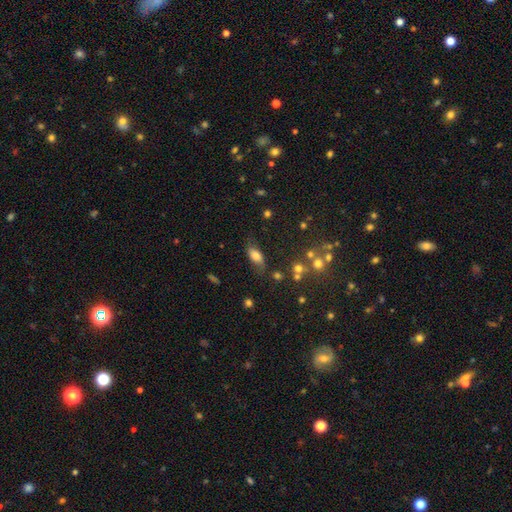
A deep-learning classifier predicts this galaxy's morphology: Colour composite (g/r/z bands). It shows a smooth galaxy with no disk features (71%) that is in between round and cigar-shaped (85%). Merging: none (66%).